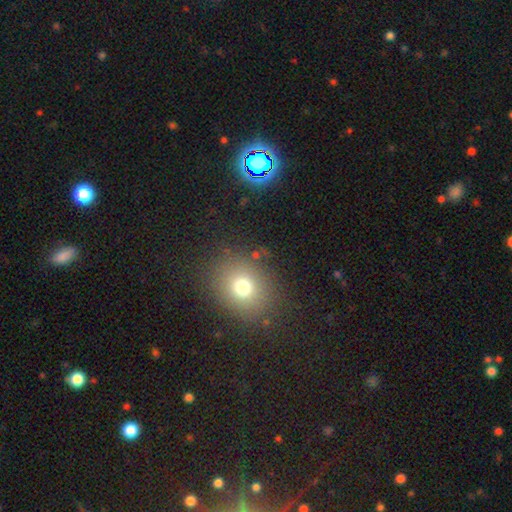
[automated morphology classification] The model was most divided on "how rounded": round: 66%, in between: 33%, cigar-shaped: 1%. More confident: merging — none (85%); smooth or featured — smooth (72%).